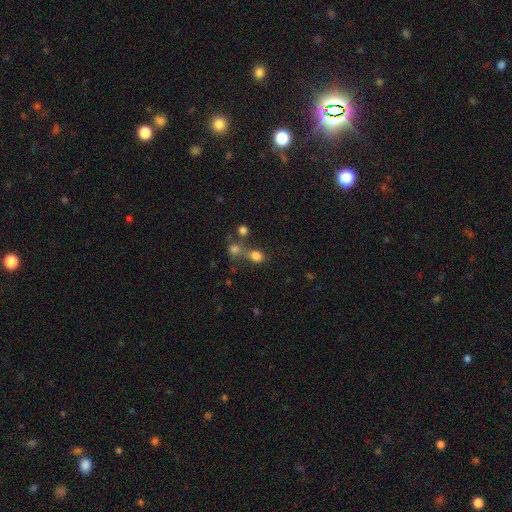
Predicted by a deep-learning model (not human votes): This appears to be a smooth galaxy with no disk features (77%) that is round (69%). Merging: none (47%).